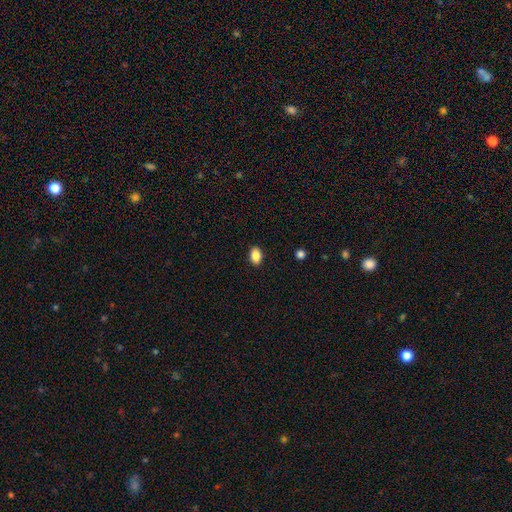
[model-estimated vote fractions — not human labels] Q: Smooth or featured?
A: smooth (86%); runner-up: star or artifact (9%)
Q: How rounded?
A: in between (82%); runner-up: round (17%)
Q: Merging?
A: none (90%); runner-up: minor disturbance (7%)